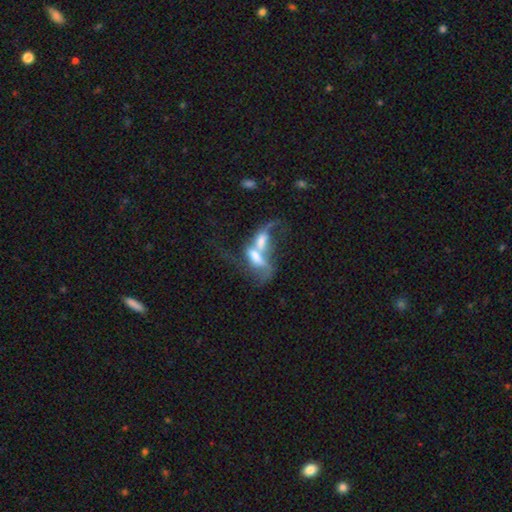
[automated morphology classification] featured or disk 52%, smooth 38%, star or artifact 10%. Down the decision tree: edge-on disk — no (87%); merging — merger (76%).